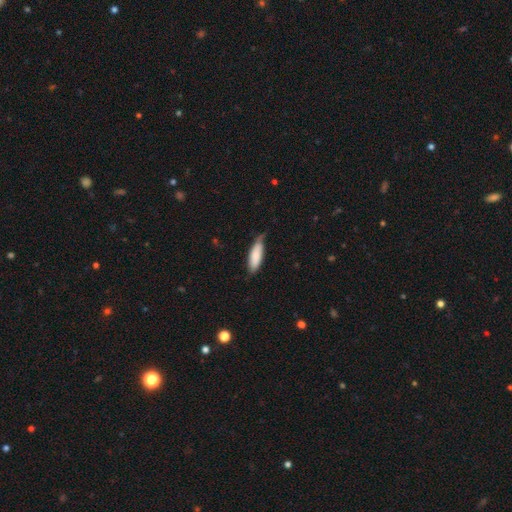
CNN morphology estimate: smooth_or_featured: smooth (p=0.81) [alt: featured or disk p=0.14]
how_rounded: in between (p=0.57) [alt: cigar-shaped p=0.41]
merging: none (p=0.52) [alt: minor disturbance p=0.38]